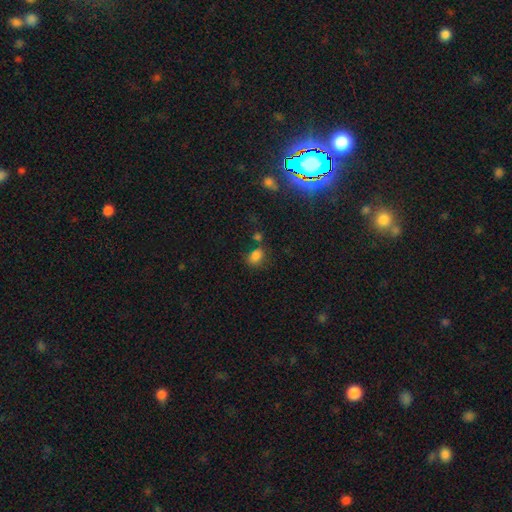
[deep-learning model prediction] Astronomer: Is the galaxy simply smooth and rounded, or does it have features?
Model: smooth — 79%.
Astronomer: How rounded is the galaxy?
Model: in between — 72%.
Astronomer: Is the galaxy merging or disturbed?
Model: none — 58%.